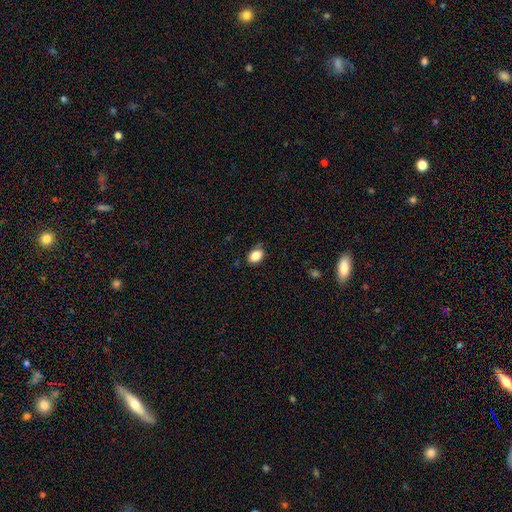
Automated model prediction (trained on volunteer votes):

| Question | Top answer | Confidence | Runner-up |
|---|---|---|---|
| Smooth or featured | smooth | 84% | star or artifact (8%) |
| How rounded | in between | 81% | round (17%) |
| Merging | none | 75% | minor disturbance (20%) |